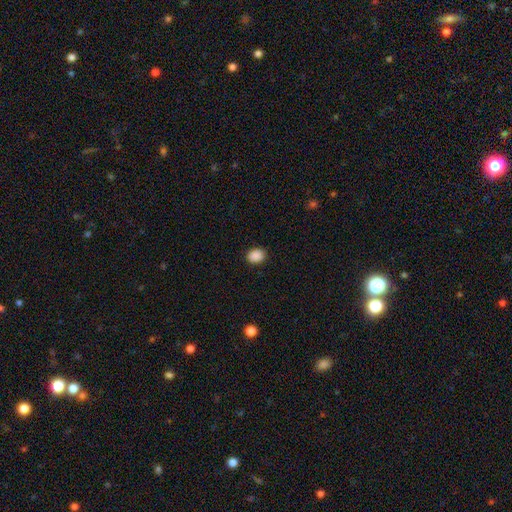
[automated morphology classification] smooth 89%, star or artifact 9%, featured or disk 2%. Down the decision tree: how rounded — in between (52%); merging — none (90%).